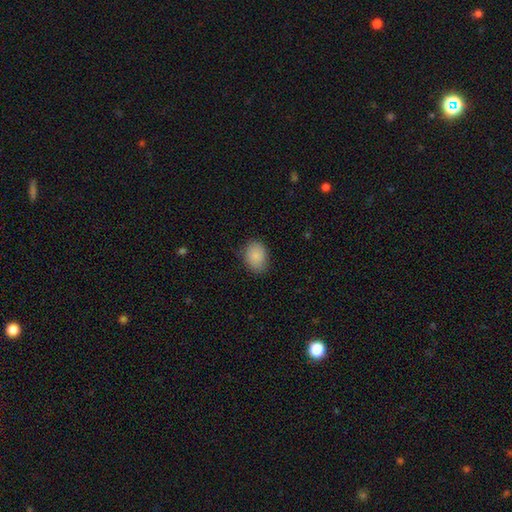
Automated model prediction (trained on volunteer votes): The model was most divided on "how rounded": in between: 60%, round: 39%, cigar-shaped: 1%. More confident: smooth or featured — smooth (87%); merging — none (80%).